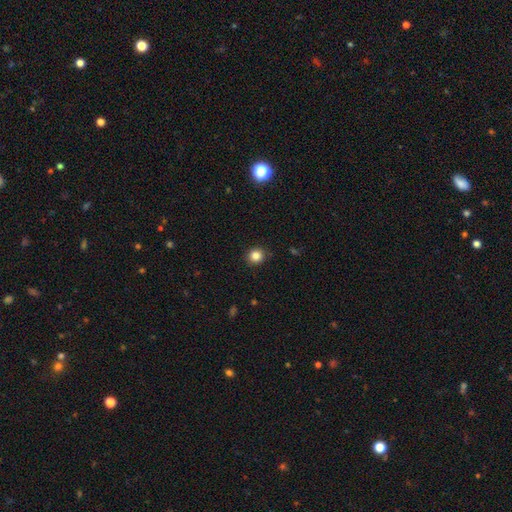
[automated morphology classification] Smooth or featured? Predicted: smooth (p=0.84). How rounded? Predicted: round (p=0.88). Merging? Predicted: none (p=0.89).